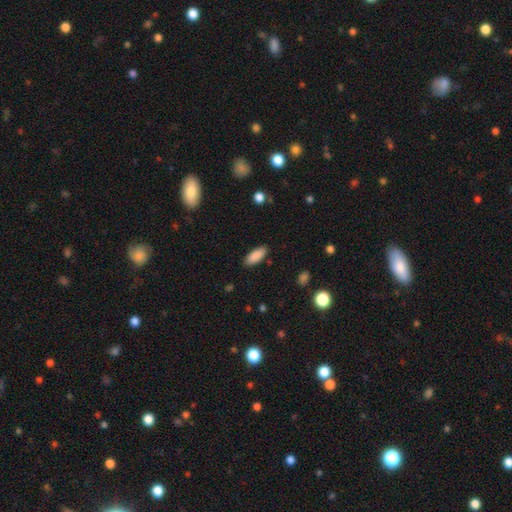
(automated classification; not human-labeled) Smooth or featured? smooth (89%)
How rounded? in between (79%)
Merging? none (88%)